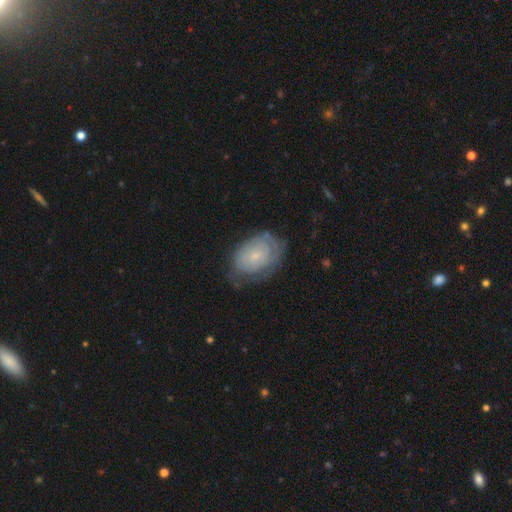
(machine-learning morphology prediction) This appears to be a featured or disk galaxy (54%) with no bar (84%), spiral arms (70%) and a small central bulge (81%). Merging: none (60%).